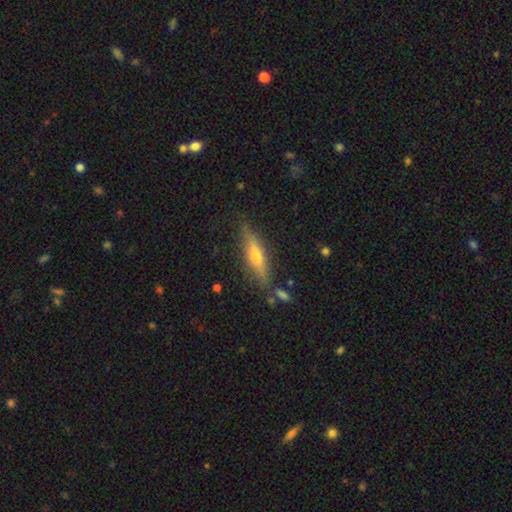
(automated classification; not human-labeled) Smooth or featured? Predicted: featured or disk (p=0.55). Edge-on disk? Predicted: yes (p=0.91). Merging? Predicted: none (p=0.82).